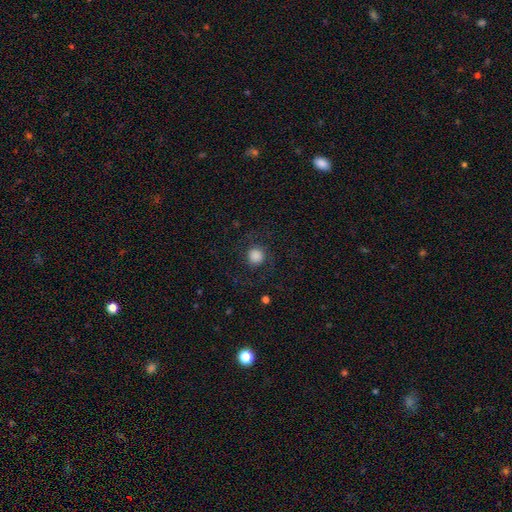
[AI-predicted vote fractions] A smooth galaxy with no disk features (78%) that is round (89%).

Vote fractions:
- Smooth or featured? smooth: 78% / featured or disk: 12% / star or artifact: 10%
- How rounded? round: 89% / in between: 10% / cigar-shaped: 1%
- Merging? none: 79% / minor disturbance: 11% / major disturbance: 9% / merger: 1%